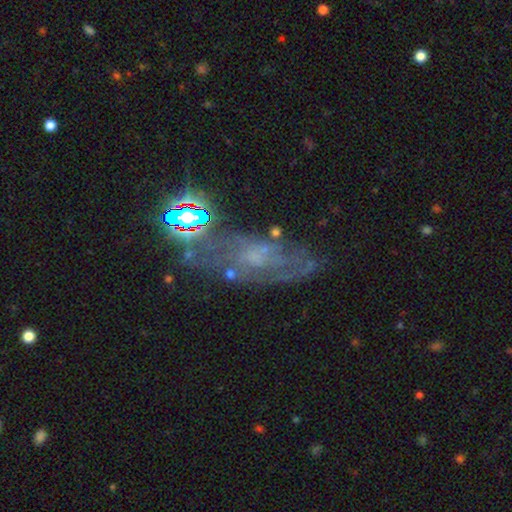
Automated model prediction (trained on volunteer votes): Morphology: type=featured or disk (56%); edge-on=no (88%); merging=none (52%).